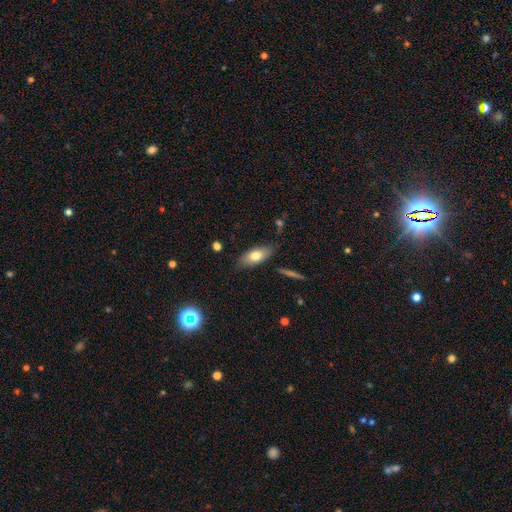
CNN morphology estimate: Overall: smooth (74%). How rounded: in between (82%). Merging: none (80%).